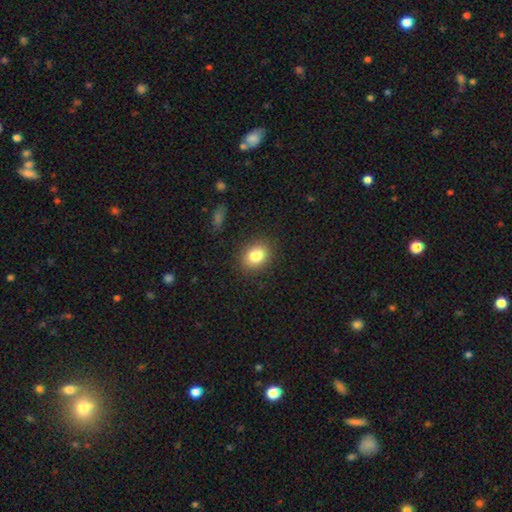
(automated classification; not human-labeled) The model was most divided on "how rounded": in between: 50%, round: 49%, cigar-shaped: 1%. More confident: merging — none (87%); smooth or featured — smooth (82%).